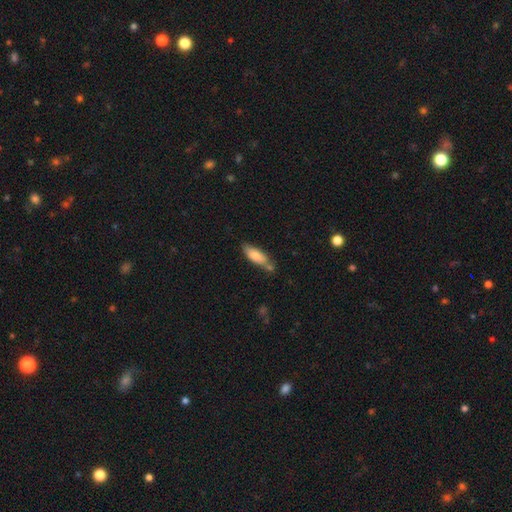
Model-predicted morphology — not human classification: smooth-or-featured: smooth: 77% | featured or disk: 16% | star or artifact: 6%
  how-rounded: in between: 61% | cigar-shaped: 37% | round: 2%
  merging: none: 56% | minor disturbance: 22% | merger: 16% | major disturbance: 5%